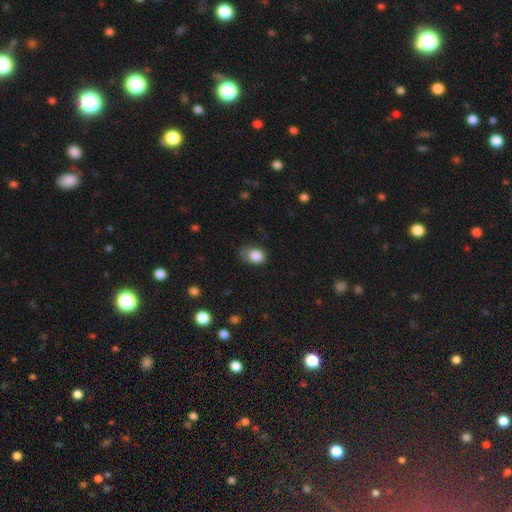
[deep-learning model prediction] smooth-or-featured: smooth: 85% | star or artifact: 9% | featured or disk: 6%
  how-rounded: in between: 57% | round: 42% | cigar-shaped: 1%
  merging: none: 48% | minor disturbance: 36% | major disturbance: 14% | merger: 2%